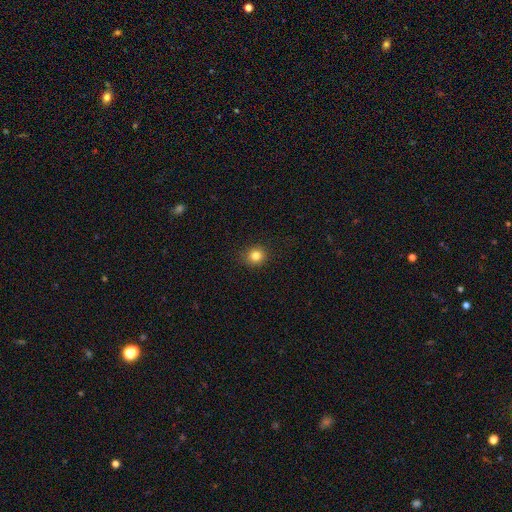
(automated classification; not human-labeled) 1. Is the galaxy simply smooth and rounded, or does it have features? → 82% smooth, 12% star or artifact, 6% featured or disk.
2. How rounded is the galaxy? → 87% round, 12% in between, 1% cigar-shaped.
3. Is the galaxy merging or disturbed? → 90% none, 7% minor disturbance, 2% major disturbance, 1% merger.